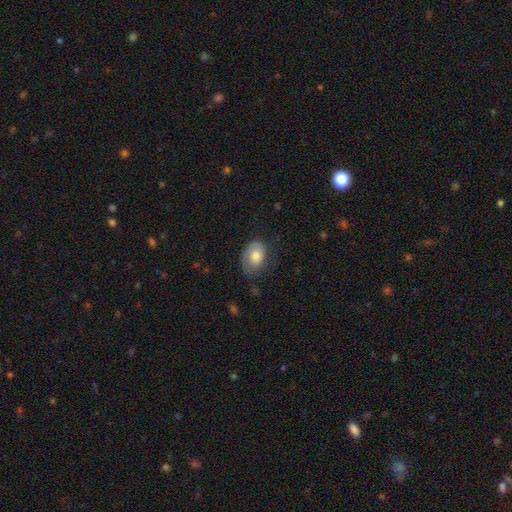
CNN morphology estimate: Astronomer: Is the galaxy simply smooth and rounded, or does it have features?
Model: smooth — 69%.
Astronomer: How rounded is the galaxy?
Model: in between — 79%.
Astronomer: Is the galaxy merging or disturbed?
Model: none — 58%.